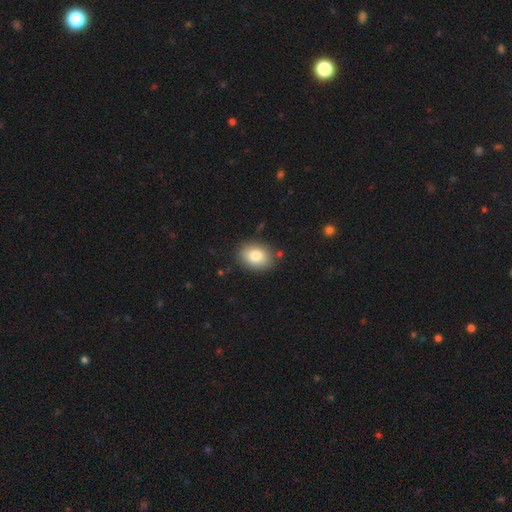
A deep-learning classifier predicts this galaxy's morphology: smooth-or-featured: smooth: 82% | featured or disk: 10% | star or artifact: 8%
  how-rounded: in between: 70% | round: 29% | cigar-shaped: 1%
  merging: none: 85% | minor disturbance: 11% | major disturbance: 3% | merger: 2%